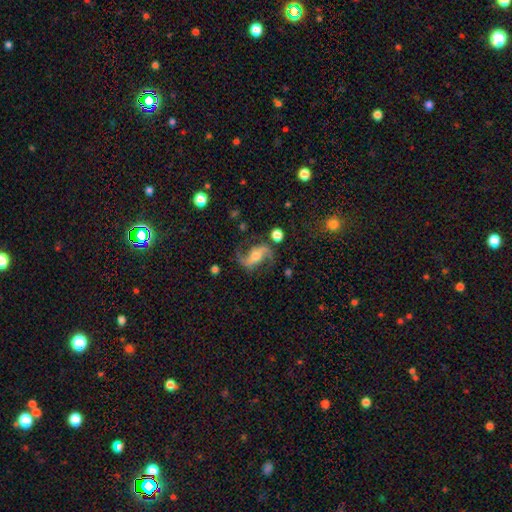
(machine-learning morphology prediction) smooth-or-featured: featured or disk: 86% | smooth: 7% | star or artifact: 7%
  disk-edge-on: no: 96% | yes: 4%
    bar: strong: 36% | weak: 34% | no: 30%
    has-spiral-arms: yes: 96% | no: 4%
      spiral-winding: loose: 64% | medium: 30% | tight: 6%
      spiral-arm-count: 2: 93% | can't tell: 2% | 1: 2% | 3: 1% | 4: 1% | more than 4: 1%
    bulge-size: moderate: 53% | small: 34% | large: 8% | none: 4% | dominant: 2%
  merging: none: 75% | minor disturbance: 14% | major disturbance: 9% | merger: 3%